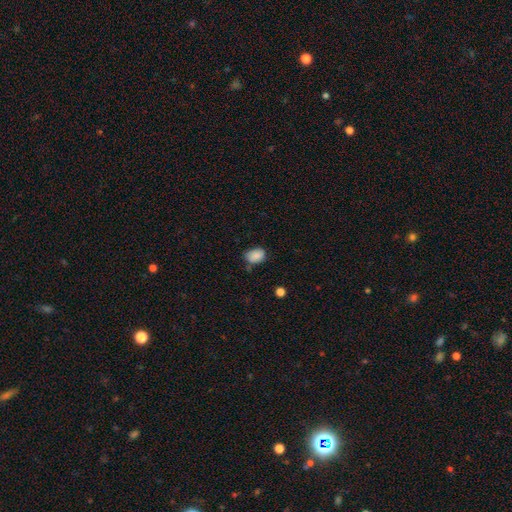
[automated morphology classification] Smooth or featured?
  - smooth: 86% *
  - star or artifact: 8%
  - featured or disk: 5%
How rounded?
  - in between: 78% *
  - round: 21%
  - cigar-shaped: 1%
Merging?
  - none: 65% *
  - minor disturbance: 26%
  - major disturbance: 5%
  - merger: 4%